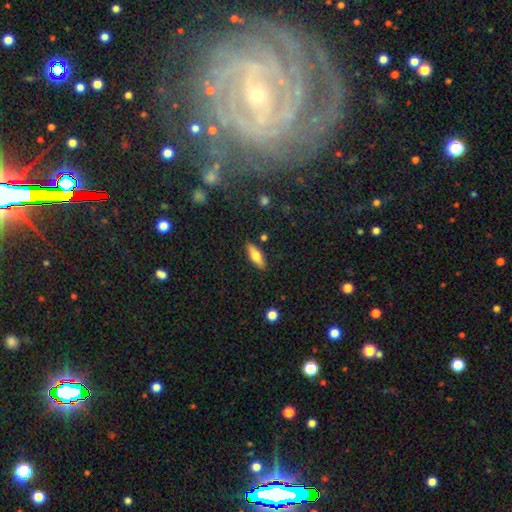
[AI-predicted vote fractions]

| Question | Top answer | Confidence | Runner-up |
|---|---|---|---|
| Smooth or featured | smooth | 64% | featured or disk (29%) |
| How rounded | in between | 56% | cigar-shaped (41%) |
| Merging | none | 87% | minor disturbance (9%) |